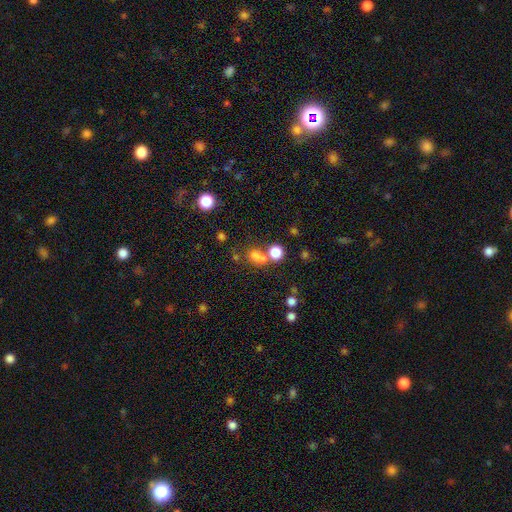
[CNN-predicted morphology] This appears to be a smooth galaxy with no disk features (64%) that is round (59%). Merging: none (45%).